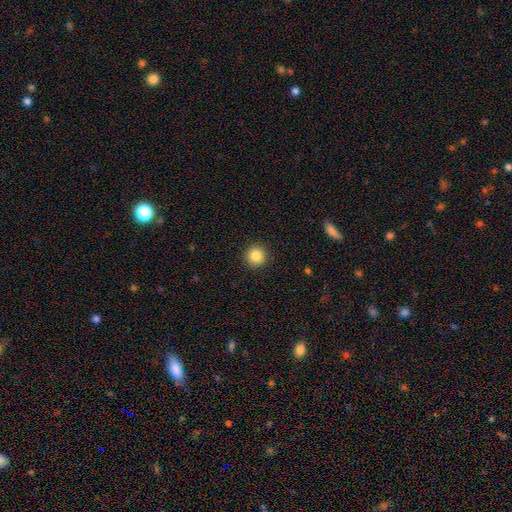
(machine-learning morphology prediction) The model was most divided on "smooth or featured": smooth: 85%, star or artifact: 10%, featured or disk: 5%. More confident: how rounded — round (94%); merging — none (92%).